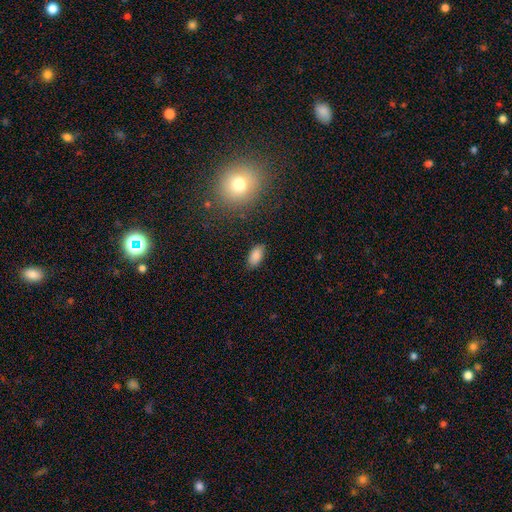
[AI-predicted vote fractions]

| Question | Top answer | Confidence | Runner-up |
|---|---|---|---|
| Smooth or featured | smooth | 85% | star or artifact (9%) |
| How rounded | in between | 92% | round (4%) |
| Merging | none | 85% | minor disturbance (11%) |